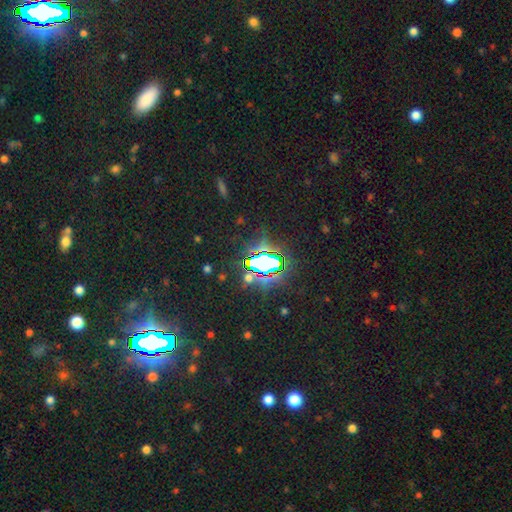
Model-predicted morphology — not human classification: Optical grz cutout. It shows a star or artifact, not a galaxy (74%).